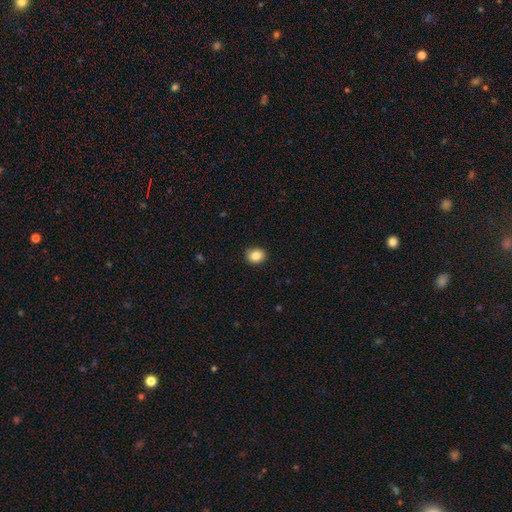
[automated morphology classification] Smooth or featured? smooth (85%)
How rounded? round (70%)
Merging? none (89%)